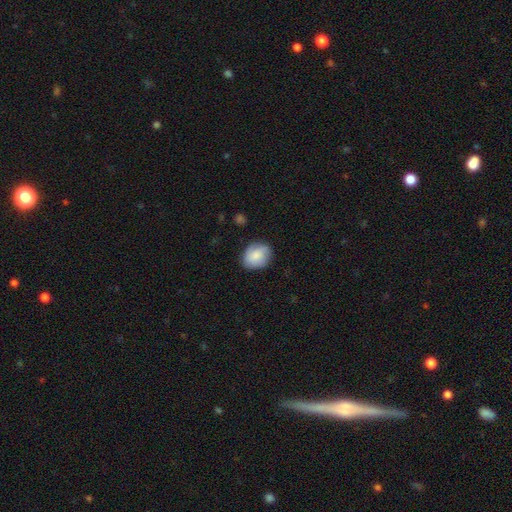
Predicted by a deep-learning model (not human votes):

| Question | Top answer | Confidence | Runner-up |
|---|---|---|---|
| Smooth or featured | smooth | 81% | featured or disk (12%) |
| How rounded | round | 53% | in between (46%) |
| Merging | none | 77% | minor disturbance (18%) |